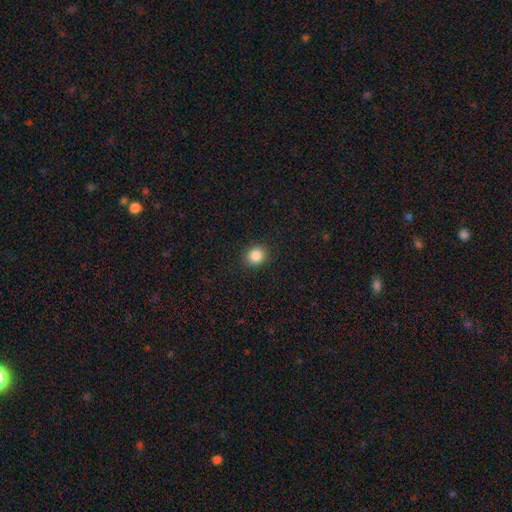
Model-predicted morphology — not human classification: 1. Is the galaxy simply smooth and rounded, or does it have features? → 86% smooth, 10% star or artifact, 4% featured or disk.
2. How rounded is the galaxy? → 72% round, 27% in between, 1% cigar-shaped.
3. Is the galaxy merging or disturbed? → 90% none, 7% minor disturbance, 2% major disturbance, 1% merger.